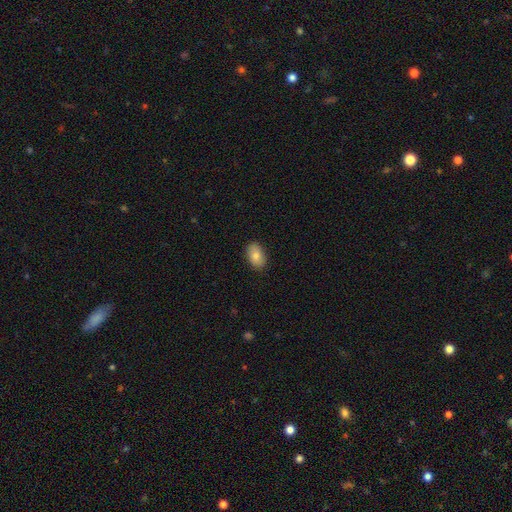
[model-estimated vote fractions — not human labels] The model was most divided on "smooth or featured": smooth: 81%, featured or disk: 11%, star or artifact: 7%. More confident: how rounded — in between (90%); merging — none (87%).